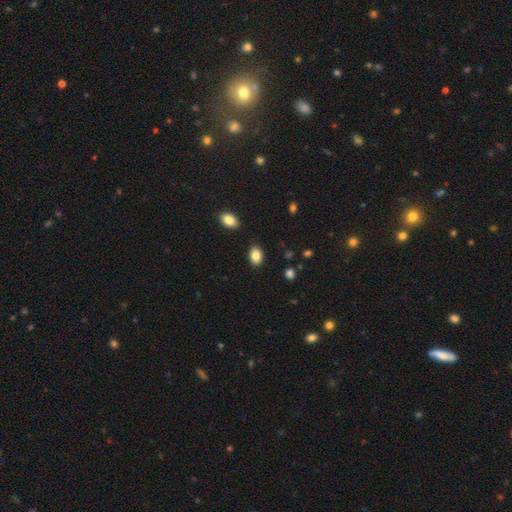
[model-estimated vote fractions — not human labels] The model was most divided on "how rounded": in between: 83%, round: 16%, cigar-shaped: 1%. More confident: merging — none (86%); smooth or featured — smooth (86%).